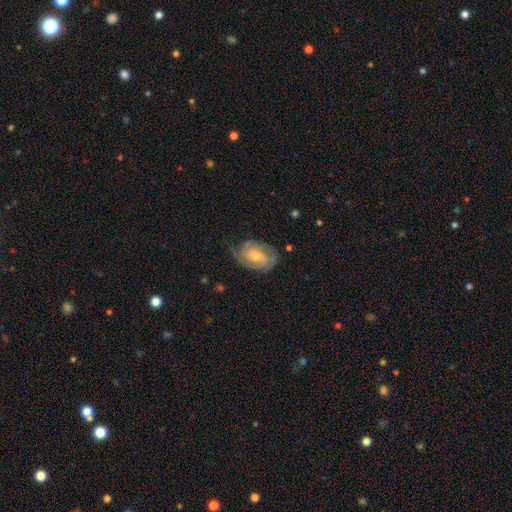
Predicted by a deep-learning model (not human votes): Smooth or featured?
  - featured or disk: 77% *
  - smooth: 17%
  - star or artifact: 6%
Edge-on disk?
  - no: 96% *
  - yes: 4%
Bar?
  - no: 56% *
  - weak: 36%
  - strong: 8%
Spiral arms?
  - yes: 93% *
  - no: 7%
Spiral winding?
  - tight: 57% *
  - medium: 34%
  - loose: 9%
Spiral arm count?
  - 2: 54% *
  - can't tell: 22%
  - 3: 13%
  - 1: 7%
  - 4: 3%
  - more than 4: 3%
Bulge size?
  - small: 50% *
  - moderate: 44%
  - none: 3%
  - large: 2%
  - dominant: 1%
Merging?
  - none: 66% *
  - minor disturbance: 23%
  - major disturbance: 10%
  - merger: 1%